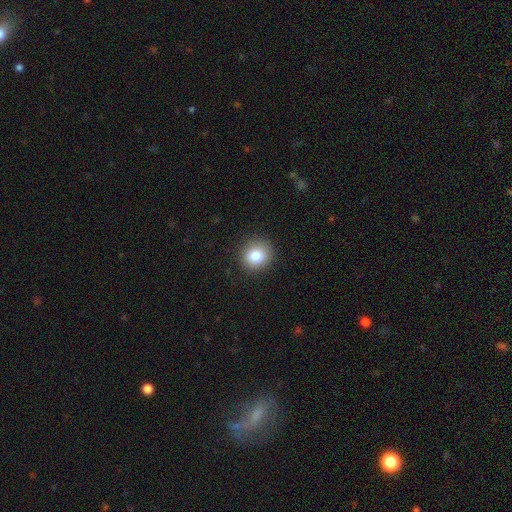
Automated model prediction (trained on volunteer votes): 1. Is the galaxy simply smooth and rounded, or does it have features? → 82% smooth, 10% star or artifact, 7% featured or disk.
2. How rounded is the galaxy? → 87% round, 12% in between, 1% cigar-shaped.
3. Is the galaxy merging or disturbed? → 89% none, 7% minor disturbance, 2% major disturbance, 1% merger.